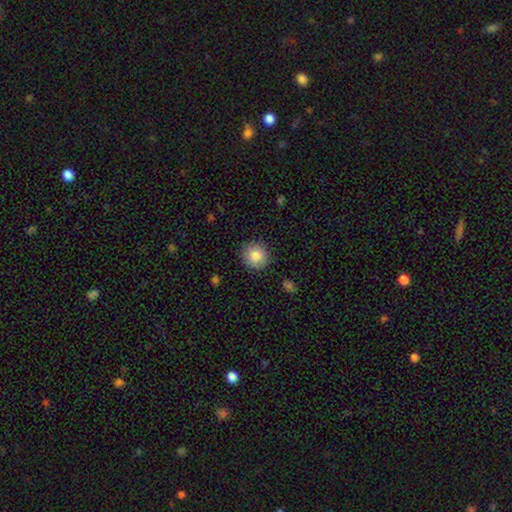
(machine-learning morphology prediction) Smooth or featured? Predicted: smooth (p=0.83). How rounded? Predicted: round (p=0.91). Merging? Predicted: none (p=0.89).